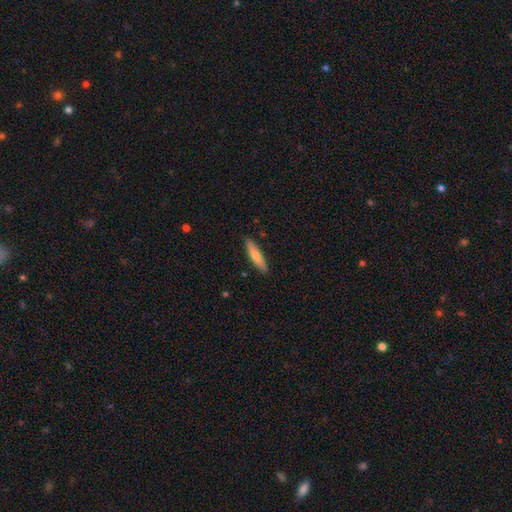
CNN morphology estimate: This is likely a smooth galaxy (74%). How rounded: clearly cigar-shaped (81%). Merging: clearly none (89%).